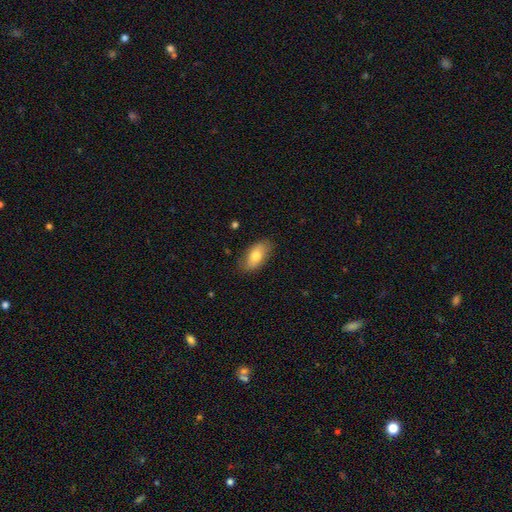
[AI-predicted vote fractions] Morphology: type=smooth (75%); roundness=in between (91%); merging=none (82%).